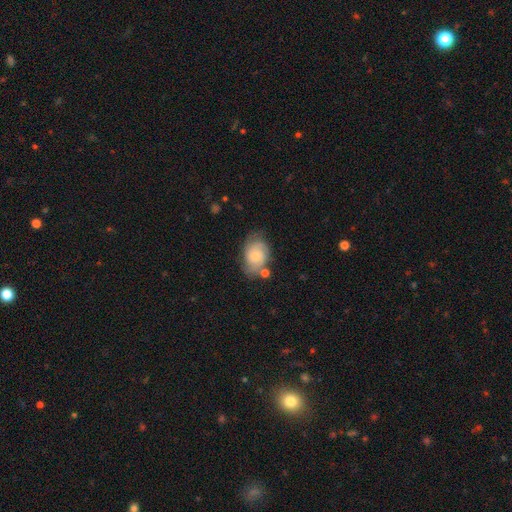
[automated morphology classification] type=smooth (49%); merging=none (56%).